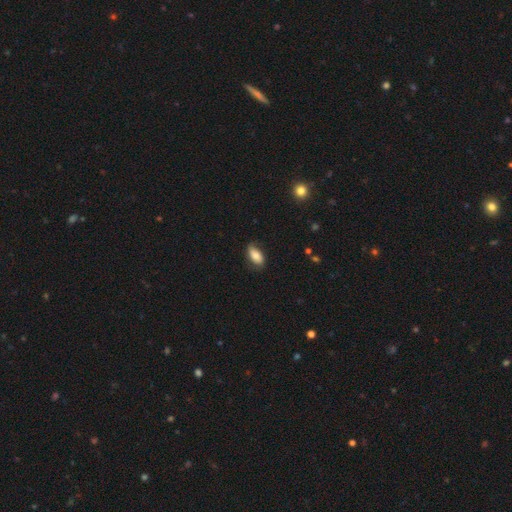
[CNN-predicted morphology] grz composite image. It shows a smooth galaxy with no disk features (72%) that is in between round and cigar-shaped (91%). Merging: none (69%).